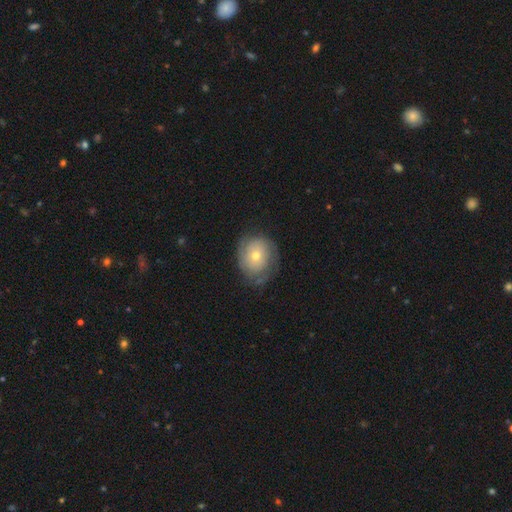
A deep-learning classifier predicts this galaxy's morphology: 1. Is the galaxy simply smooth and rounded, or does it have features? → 52% featured or disk, 41% smooth, 8% star or artifact.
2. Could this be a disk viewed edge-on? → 96% no, 4% yes.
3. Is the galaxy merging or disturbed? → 64% none, 24% minor disturbance, 11% major disturbance, 1% merger.